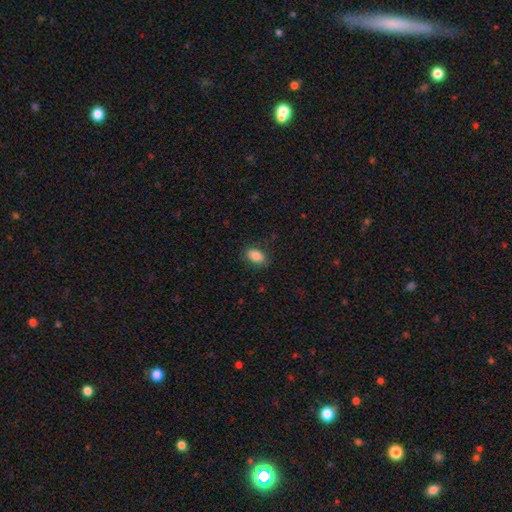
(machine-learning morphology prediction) smooth-or-featured: smooth: 85% | star or artifact: 8% | featured or disk: 7%
  how-rounded: in between: 89% | round: 9% | cigar-shaped: 2%
  merging: none: 82% | minor disturbance: 13% | major disturbance: 4% | merger: 1%